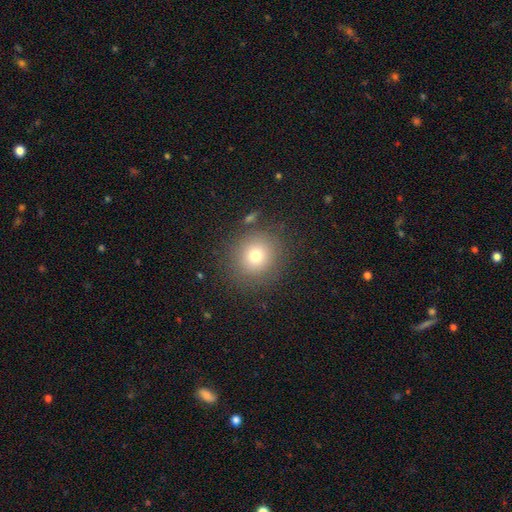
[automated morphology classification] type=smooth (74%); roundness=round (91%); merging=none (84%).